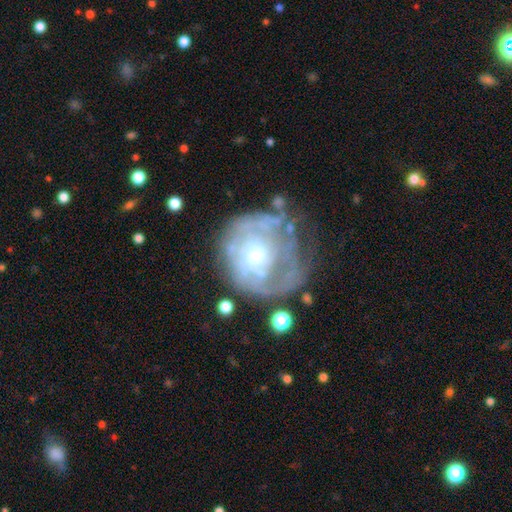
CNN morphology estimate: A featured or disk galaxy (75%) with no bar (80%), spiral arms (67%) and a moderate central bulge (48%).

Vote fractions:
- Smooth or featured? featured or disk: 75% / smooth: 17% / star or artifact: 8%
- Edge-on disk? no: 97% / yes: 3%
- Bar? no: 80% / weak: 17% / strong: 3%
- Spiral arms? yes: 67% / no: 33%
- Bulge size? moderate: 48% / small: 42% / large: 6% / none: 3% / dominant: 1%
- Merging? none: 55% / minor disturbance: 22% / major disturbance: 19% / merger: 4%